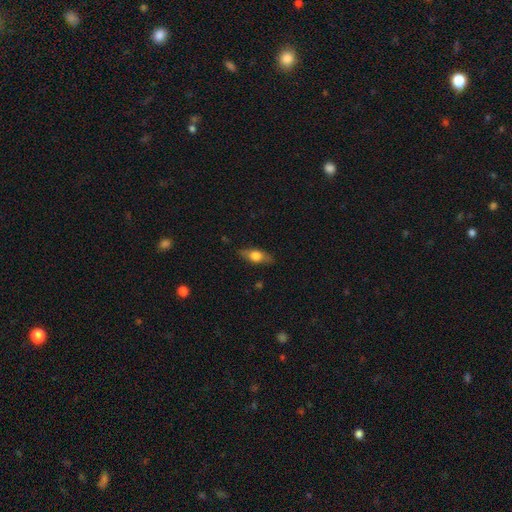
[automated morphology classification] Q: Smooth or featured?
A: smooth (60%); runner-up: featured or disk (33%)
Q: How rounded?
A: in between (70%); runner-up: cigar-shaped (23%)
Q: Merging?
A: none (81%); runner-up: minor disturbance (15%)